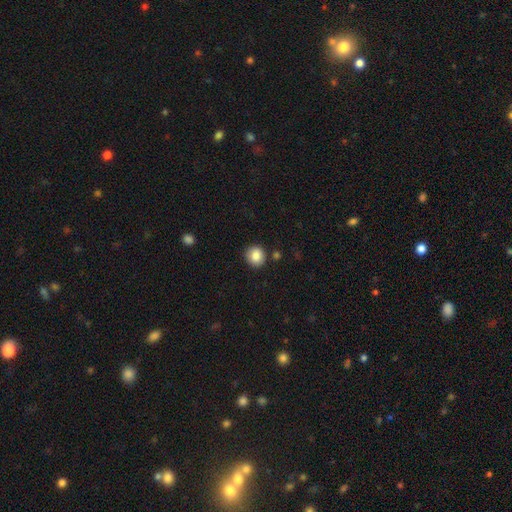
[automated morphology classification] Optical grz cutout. It shows a smooth galaxy with no disk features (86%) that is round (85%). Merging: none (86%).